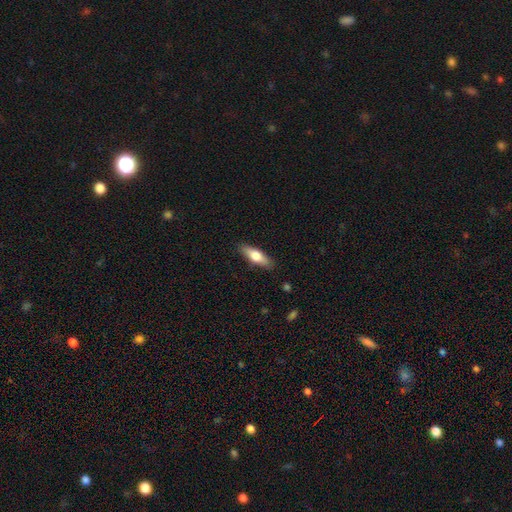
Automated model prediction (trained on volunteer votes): A smooth galaxy with no disk features (64%) that is in between round and cigar-shaped (50%). Merging: none (87%).